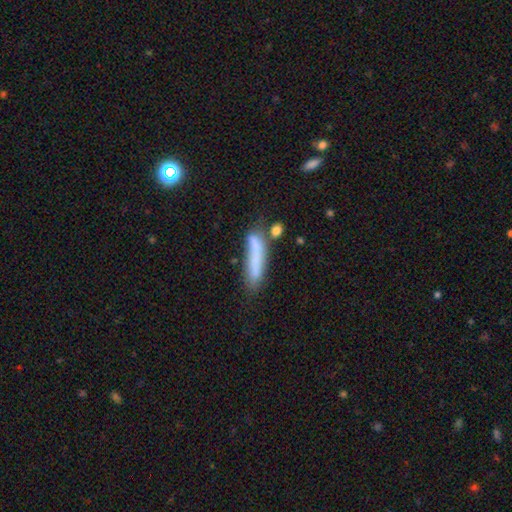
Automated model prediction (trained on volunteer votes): smooth 68%, featured or disk 22%, star or artifact 9%. Down the decision tree: how rounded — cigar-shaped (82%); merging — none (48%).